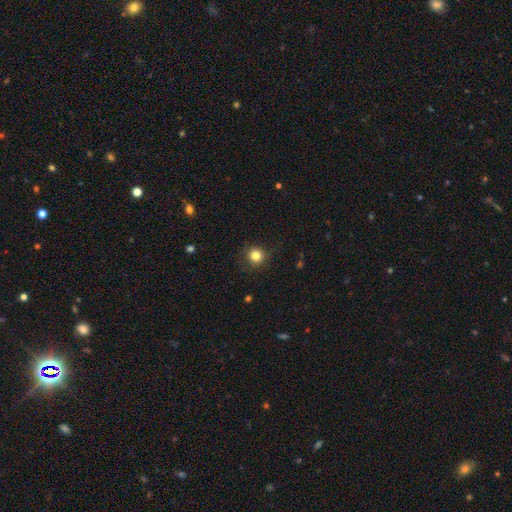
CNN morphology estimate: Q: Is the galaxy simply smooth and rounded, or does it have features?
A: smooth — 82%.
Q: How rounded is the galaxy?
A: round — 94%.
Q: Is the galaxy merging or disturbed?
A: none — 87%.